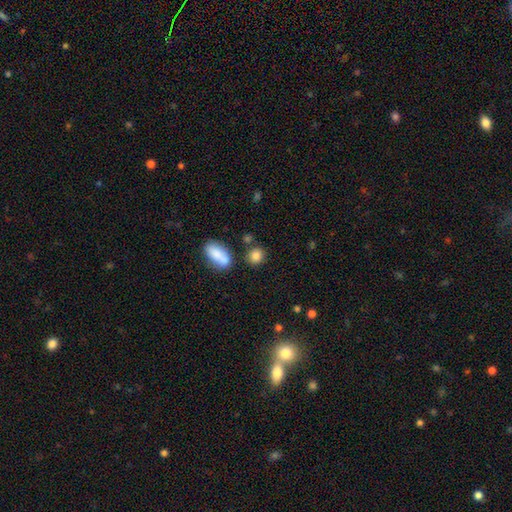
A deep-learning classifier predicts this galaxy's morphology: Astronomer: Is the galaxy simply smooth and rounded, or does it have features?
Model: smooth — 85%.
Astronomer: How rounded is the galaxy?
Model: round — 72%.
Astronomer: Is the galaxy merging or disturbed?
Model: none — 73%.